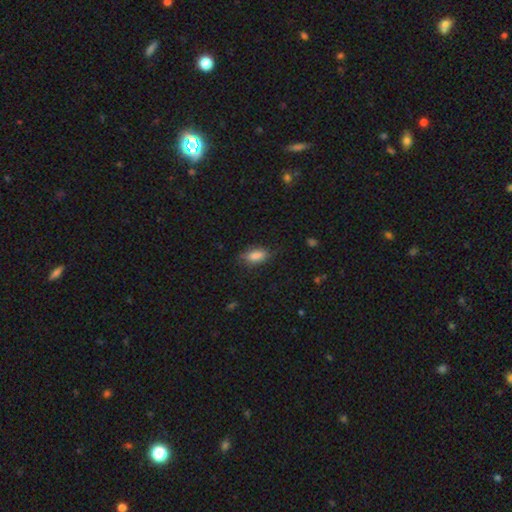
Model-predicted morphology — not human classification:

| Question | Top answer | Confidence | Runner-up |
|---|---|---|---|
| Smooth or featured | smooth | 82% | featured or disk (9%) |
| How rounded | in between | 85% | cigar-shaped (11%) |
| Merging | none | 73% | minor disturbance (21%) |